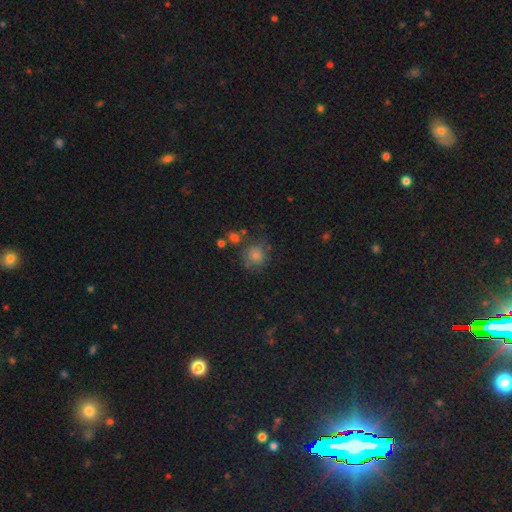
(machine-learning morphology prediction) Overall: smooth (68%). How rounded: round (85%). Merging: none (67%).